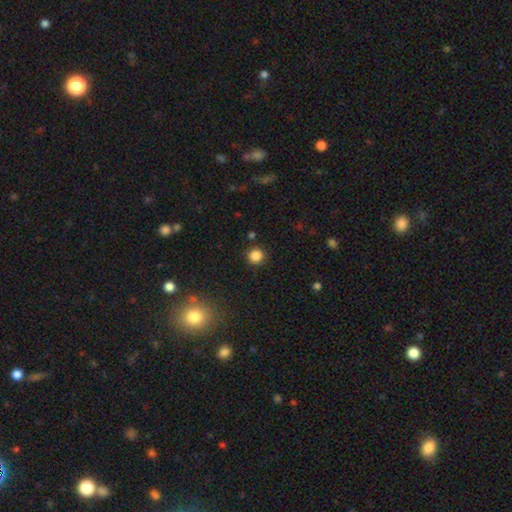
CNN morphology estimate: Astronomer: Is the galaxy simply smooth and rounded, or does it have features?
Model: smooth — 84%.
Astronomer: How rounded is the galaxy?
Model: round — 93%.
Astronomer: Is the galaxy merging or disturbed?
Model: none — 90%.